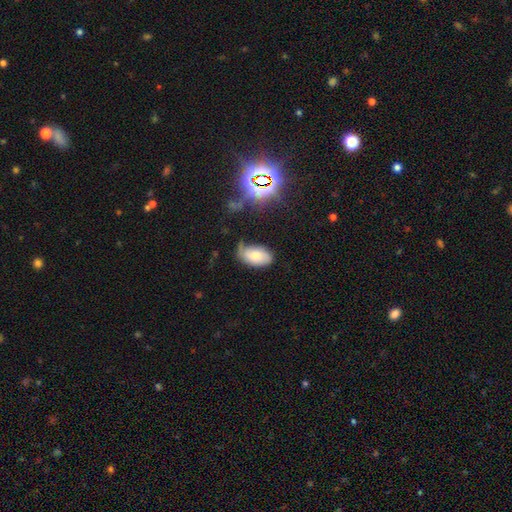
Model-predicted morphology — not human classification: type=smooth (66%); roundness=in between (93%); merging=none (50%).